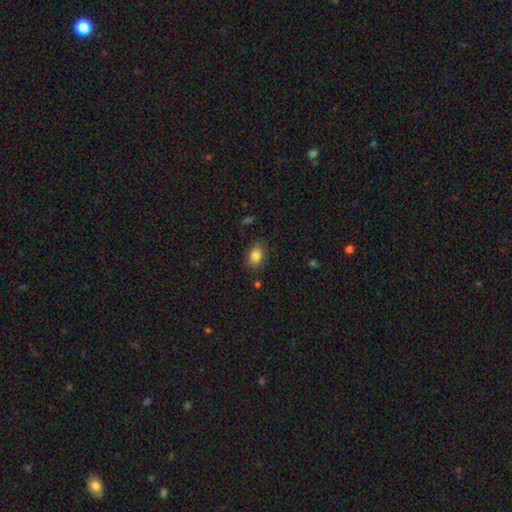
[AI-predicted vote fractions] A smooth galaxy with no disk features (85%) that is in between round and cigar-shaped (74%). Merging: none (82%).